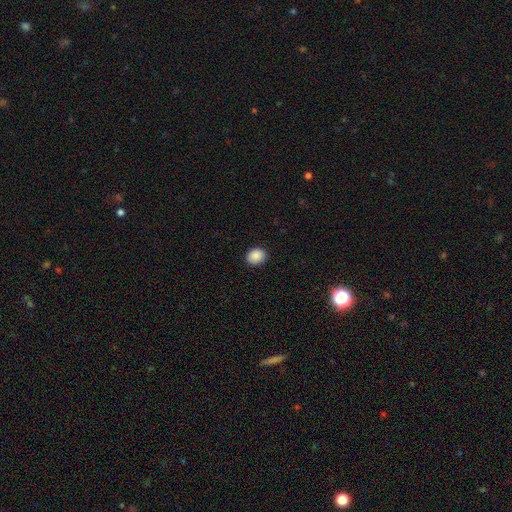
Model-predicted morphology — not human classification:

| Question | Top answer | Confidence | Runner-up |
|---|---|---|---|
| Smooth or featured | smooth | 89% | star or artifact (8%) |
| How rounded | round | 56% | in between (43%) |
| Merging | none | 90% | minor disturbance (7%) |